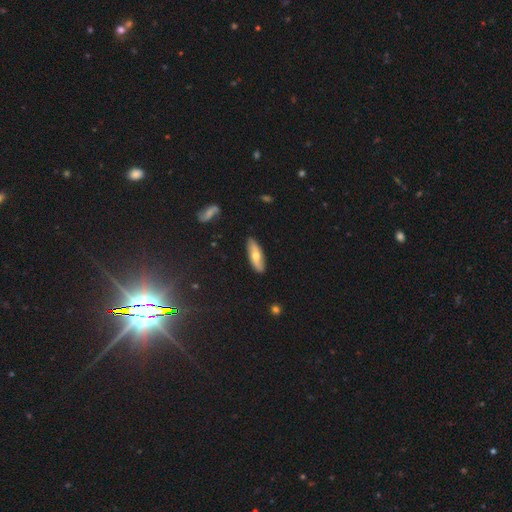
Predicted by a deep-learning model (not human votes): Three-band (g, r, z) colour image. It shows a smooth galaxy with no disk features (53%) that is in between round and cigar-shaped (54%). Merging: none (86%).